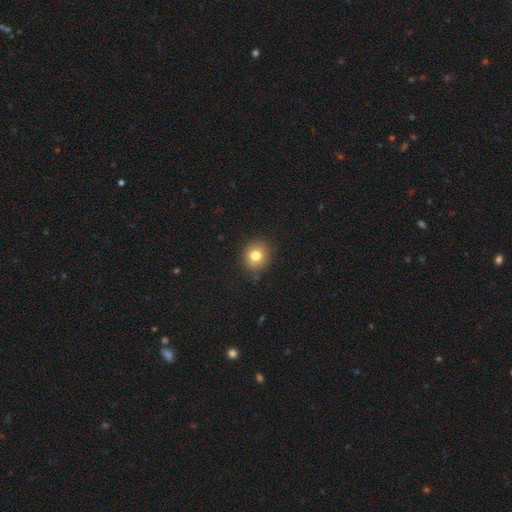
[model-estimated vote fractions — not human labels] A smooth galaxy with no disk features (78%) that is round (77%). Merging: none (86%).